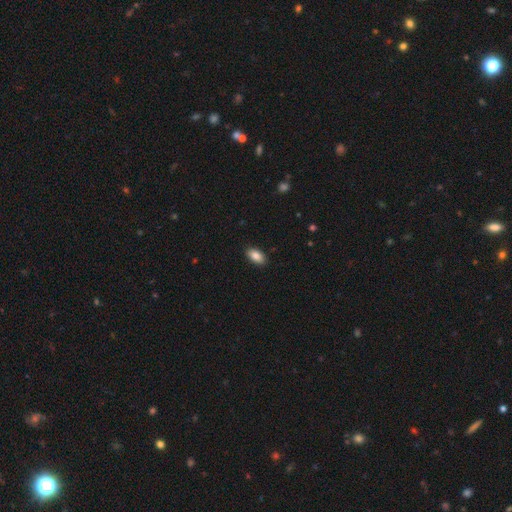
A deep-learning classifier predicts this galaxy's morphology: A smooth galaxy with no disk features (87%) that is in between round and cigar-shaped (94%).

Vote fractions:
- Smooth or featured? smooth: 87% / star or artifact: 7% / featured or disk: 6%
- How rounded? in between: 94% / round: 4% / cigar-shaped: 3%
- Merging? none: 89% / minor disturbance: 8% / major disturbance: 2% / merger: 1%